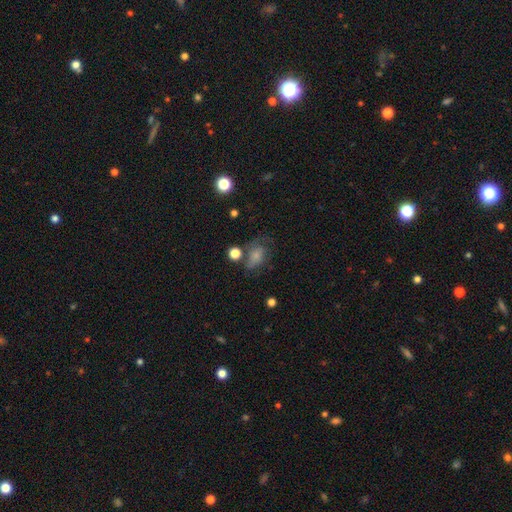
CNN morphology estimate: Overall: smooth (66%). How rounded: in between (71%). Merging: none (41%; minor disturbance 26%).